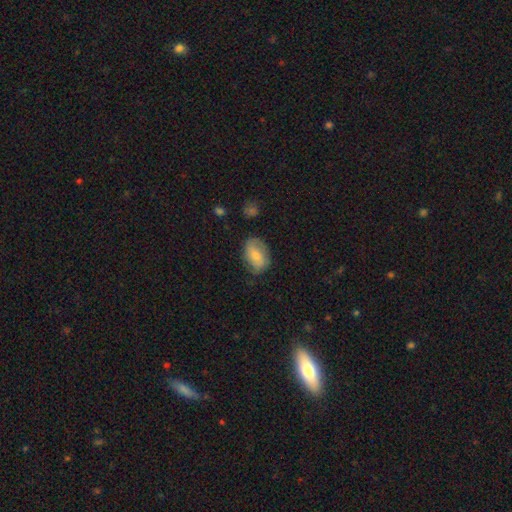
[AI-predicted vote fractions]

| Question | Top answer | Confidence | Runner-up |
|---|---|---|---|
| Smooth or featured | smooth | 62% | featured or disk (30%) |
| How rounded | in between | 84% | round (14%) |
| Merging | none | 67% | minor disturbance (25%) |